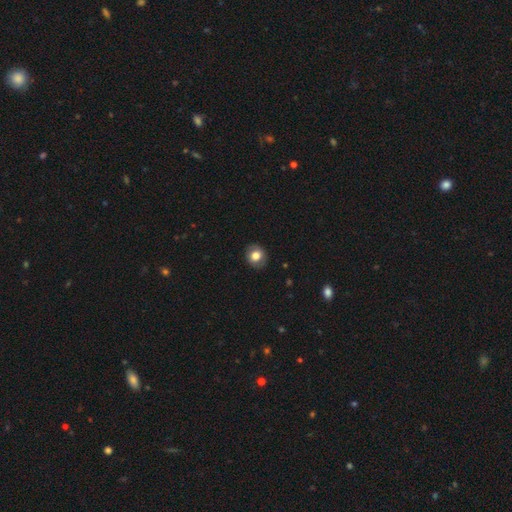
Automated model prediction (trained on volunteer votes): Q: Smooth or featured?
A: smooth (74%); runner-up: featured or disk (17%)
Q: How rounded?
A: round (78%); runner-up: in between (21%)
Q: Merging?
A: none (86%); runner-up: minor disturbance (10%)